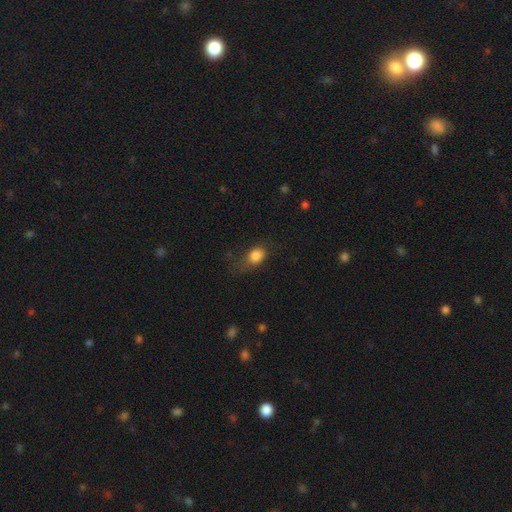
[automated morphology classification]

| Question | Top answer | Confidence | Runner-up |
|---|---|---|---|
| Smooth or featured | smooth | 83% | star or artifact (10%) |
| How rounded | in between | 64% | round (34%) |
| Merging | none | 50% | minor disturbance (28%) |